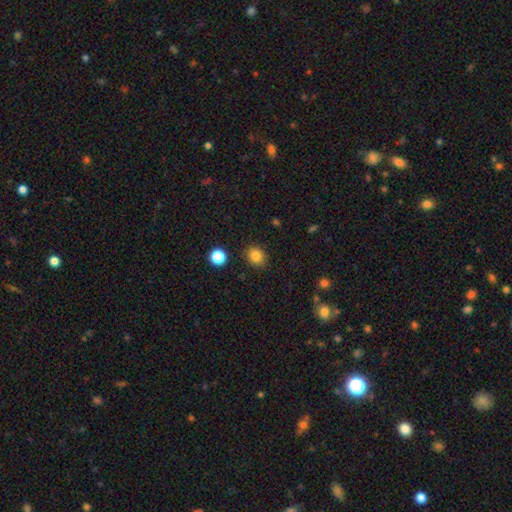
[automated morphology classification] A smooth galaxy with no disk features (84%) that is round (67%).

Vote fractions:
- Smooth or featured? smooth: 84% / star or artifact: 11% / featured or disk: 5%
- How rounded? round: 67% / in between: 32% / cigar-shaped: 1%
- Merging? none: 87% / minor disturbance: 8% / major disturbance: 2% / merger: 2%